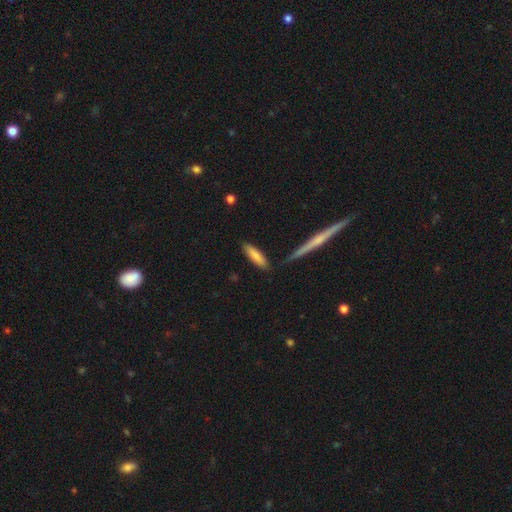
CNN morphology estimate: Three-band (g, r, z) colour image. It shows a smooth galaxy with no disk features (83%) that is cigar-shaped (65%). Merging: none (81%).